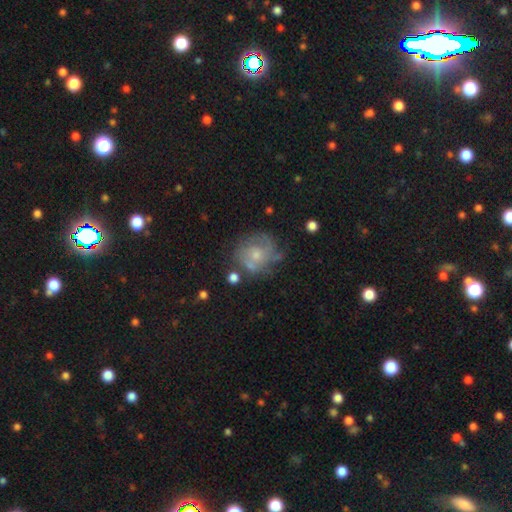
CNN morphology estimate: type=featured or disk (59%); edge-on=no (98%); bar=no (81%); spiral arms=yes (71%); bulge=small (55%); merging=none (56%).